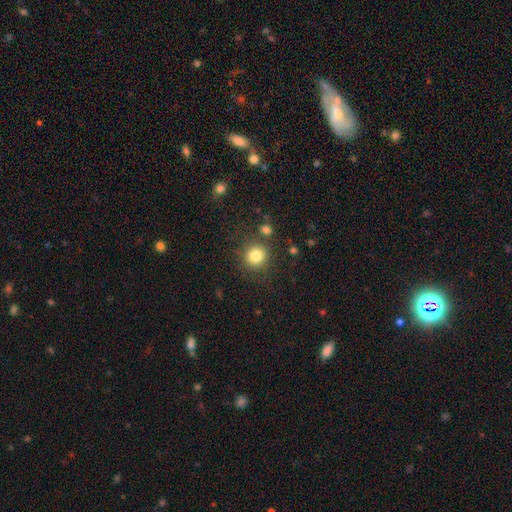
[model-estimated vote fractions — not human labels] smooth_or_featured: smooth (p=0.82) [alt: star or artifact p=0.11]
how_rounded: round (p=0.91) [alt: in between p=0.08]
merging: none (p=0.82) [alt: minor disturbance p=0.09]